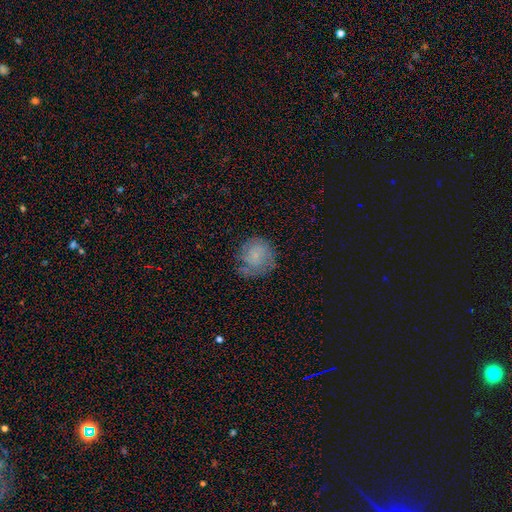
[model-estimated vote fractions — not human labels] smooth_or_featured: smooth (p=0.51) [alt: featured or disk p=0.39]
how_rounded: round (p=0.86) [alt: in between p=0.13]
merging: none (p=0.59) [alt: minor disturbance p=0.26]